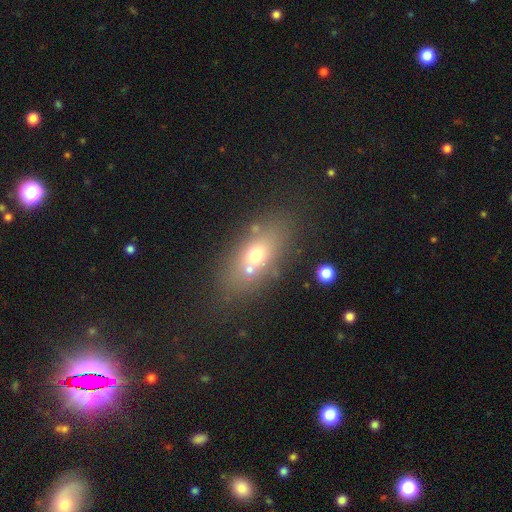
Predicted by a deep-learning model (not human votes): Smooth or featured? smooth (61%)
How rounded? in between (74%)
Merging? none (59%)